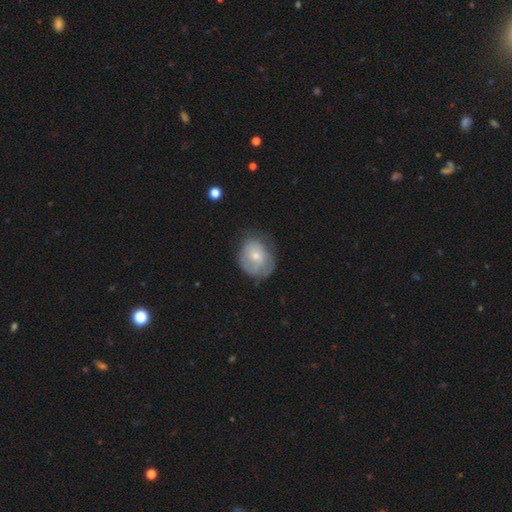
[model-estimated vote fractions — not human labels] A smooth galaxy with no disk features (54%) that is round (55%). Merging: none (51%).